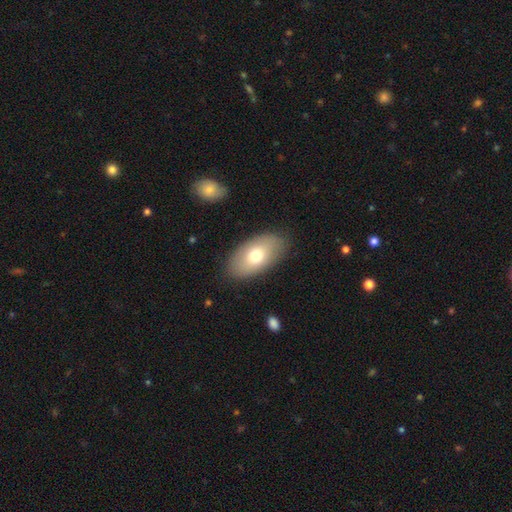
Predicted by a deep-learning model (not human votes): smooth 72%, featured or disk 22%, star or artifact 7%. Down the decision tree: how rounded — in between (94%); merging — none (84%).